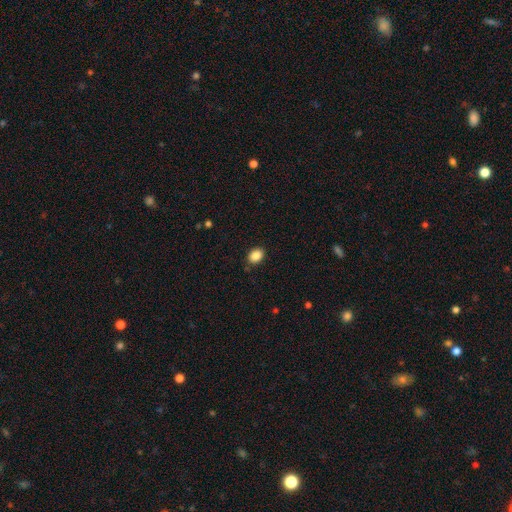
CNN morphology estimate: This is clearly a smooth galaxy (88%). How rounded: likely in between (62%). Merging: clearly none (86%).